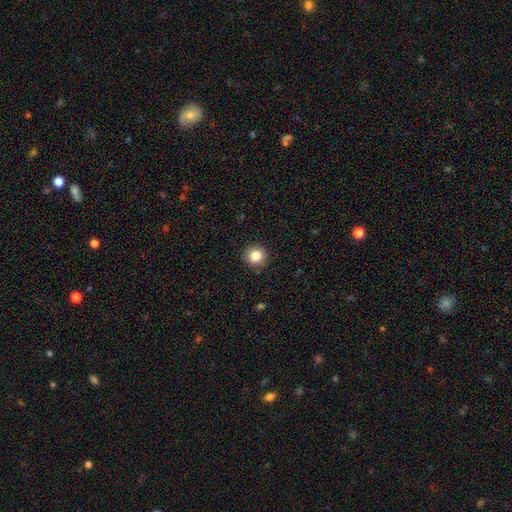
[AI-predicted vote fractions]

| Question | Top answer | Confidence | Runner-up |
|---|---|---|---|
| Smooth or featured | smooth | 83% | star or artifact (11%) |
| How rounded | round | 94% | in between (5%) |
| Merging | none | 92% | minor disturbance (5%) |